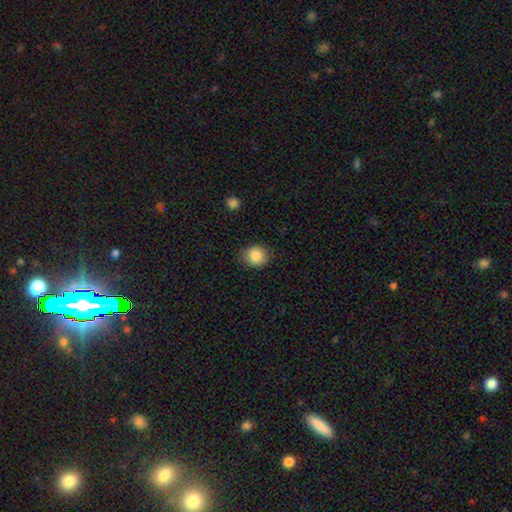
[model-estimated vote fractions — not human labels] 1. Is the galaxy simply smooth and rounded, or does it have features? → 86% smooth, 9% star or artifact, 5% featured or disk.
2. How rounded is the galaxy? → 78% round, 21% in between, 1% cigar-shaped.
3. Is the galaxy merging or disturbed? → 86% none, 10% minor disturbance, 3% major disturbance, 1% merger.